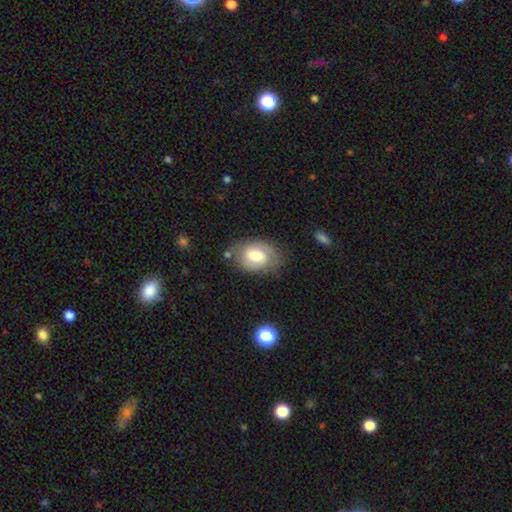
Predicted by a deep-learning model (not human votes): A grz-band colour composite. It shows a smooth galaxy with no disk features (58%) that is in between round and cigar-shaped (79%). Merging: none (71%).